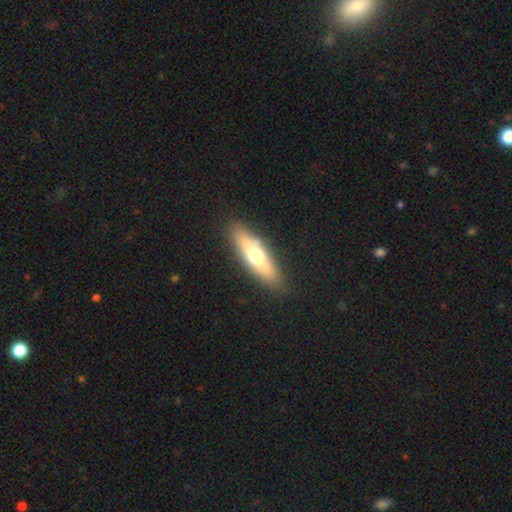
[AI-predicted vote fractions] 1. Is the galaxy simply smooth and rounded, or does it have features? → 51% smooth, 42% featured or disk, 7% star or artifact.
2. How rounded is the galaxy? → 54% cigar-shaped, 43% in between, 4% round.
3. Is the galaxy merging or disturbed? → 87% none, 9% minor disturbance, 3% major disturbance, 1% merger.